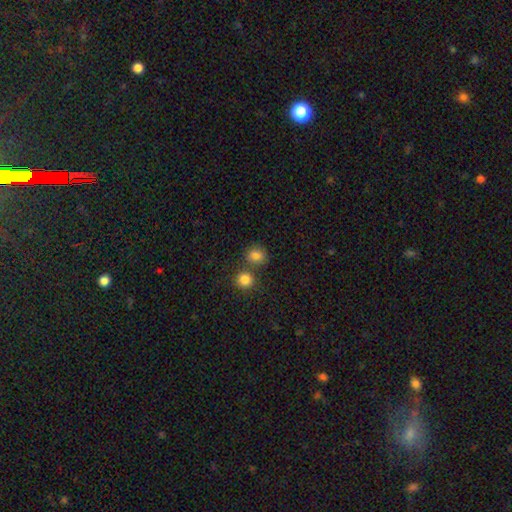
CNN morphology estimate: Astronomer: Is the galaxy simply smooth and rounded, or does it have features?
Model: smooth — 82%.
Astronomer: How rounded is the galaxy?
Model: round — 75%.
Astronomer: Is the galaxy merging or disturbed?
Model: none — 64%.